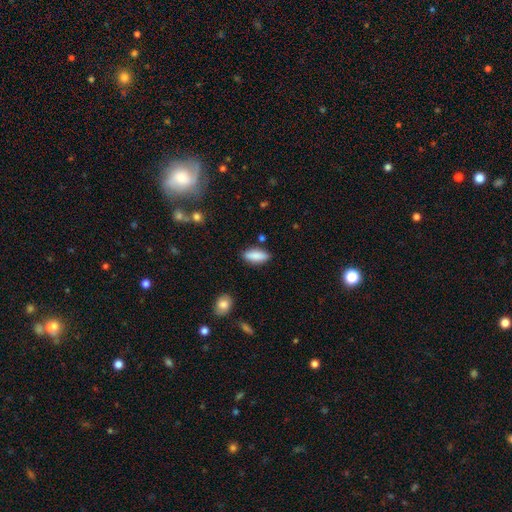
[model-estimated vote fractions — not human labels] smooth_or_featured: smooth (p=0.85) [alt: featured or disk p=0.09]
how_rounded: in between (p=0.75) [alt: cigar-shaped p=0.23]
merging: none (p=0.83) [alt: minor disturbance p=0.12]